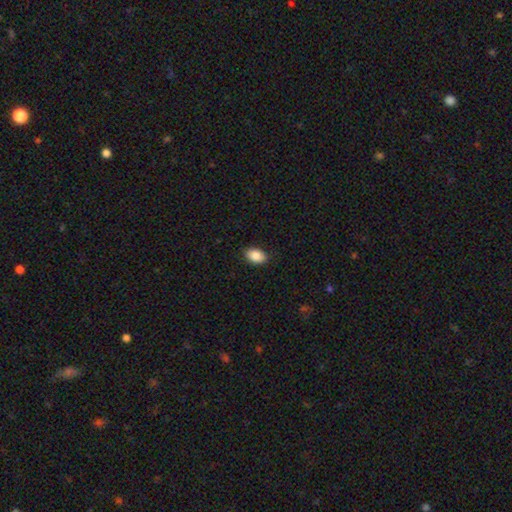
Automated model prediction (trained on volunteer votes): This is clearly a smooth galaxy (88%). How rounded: clearly in between (90%). Merging: clearly none (89%).